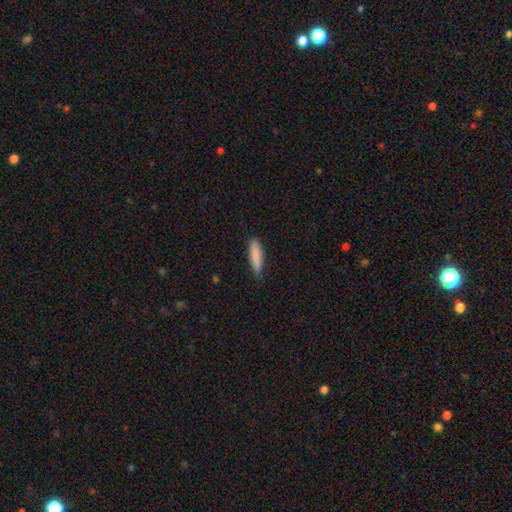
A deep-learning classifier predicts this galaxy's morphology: A smooth galaxy with no disk features (86%) that is cigar-shaped (73%). Merging: none (80%).